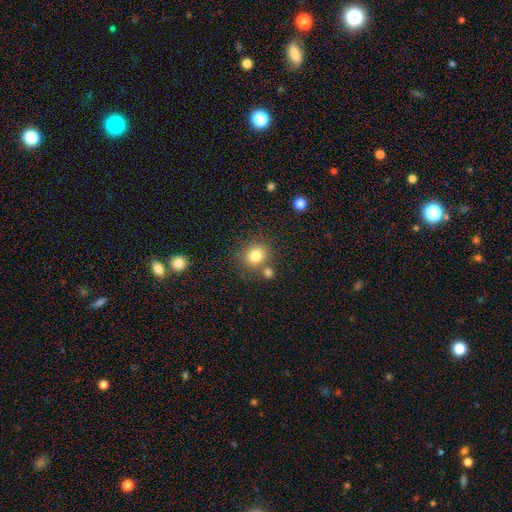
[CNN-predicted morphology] Smooth or featured: smooth — 81% (star or artifact — 12%)
How rounded: round — 78% (in between — 21%)
Merging: none — 68% (merger — 17%)